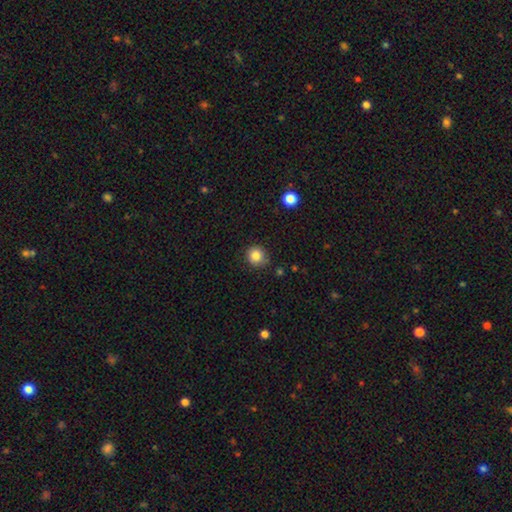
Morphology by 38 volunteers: A smooth galaxy with no disk features (92%) that is round (89%). Merging: none (80%).